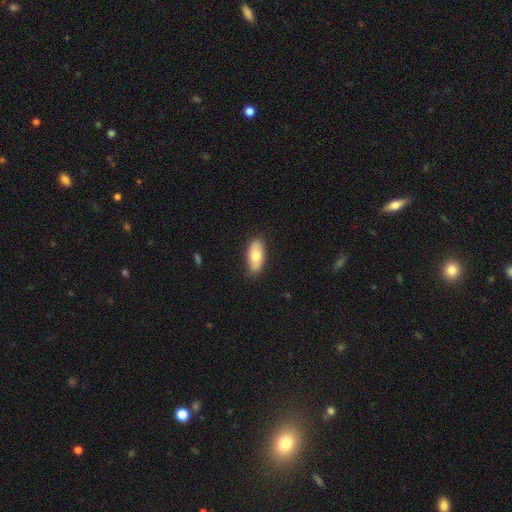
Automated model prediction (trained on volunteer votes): A smooth galaxy with no disk features (71%) that is in between round and cigar-shaped (90%). Merging: none (85%).